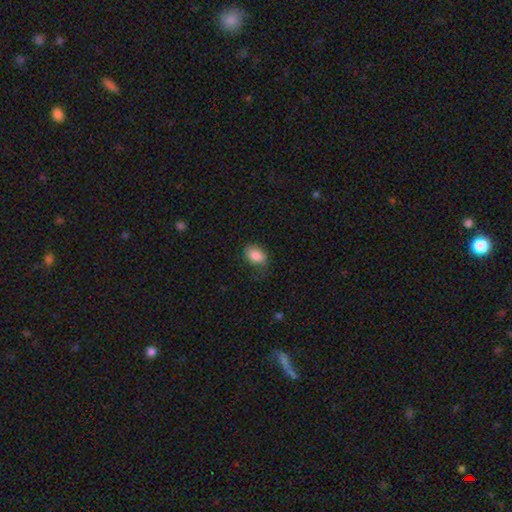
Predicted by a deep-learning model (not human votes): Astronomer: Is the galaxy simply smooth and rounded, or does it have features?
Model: smooth — 86%.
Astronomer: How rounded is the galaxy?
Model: in between — 86%.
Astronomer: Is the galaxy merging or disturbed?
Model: none — 70%.